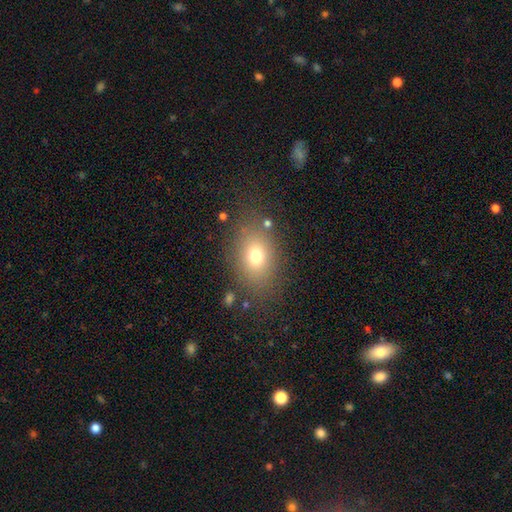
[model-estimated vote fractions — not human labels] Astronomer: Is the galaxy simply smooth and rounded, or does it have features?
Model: smooth — 72%.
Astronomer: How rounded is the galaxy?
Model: in between — 69%.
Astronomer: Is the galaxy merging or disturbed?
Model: none — 79%.